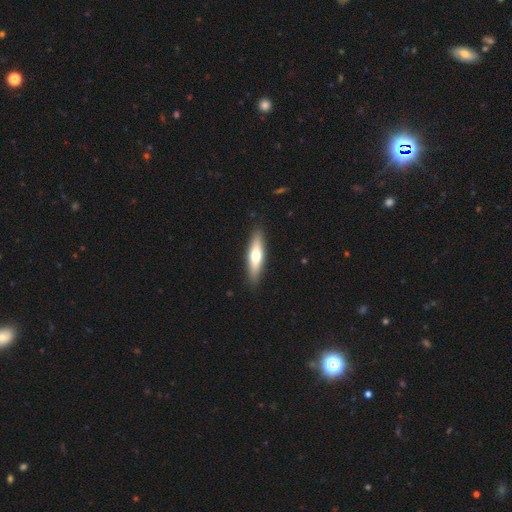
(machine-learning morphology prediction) A smooth galaxy with no disk features (56%) that is cigar-shaped (69%). Merging: none (90%).